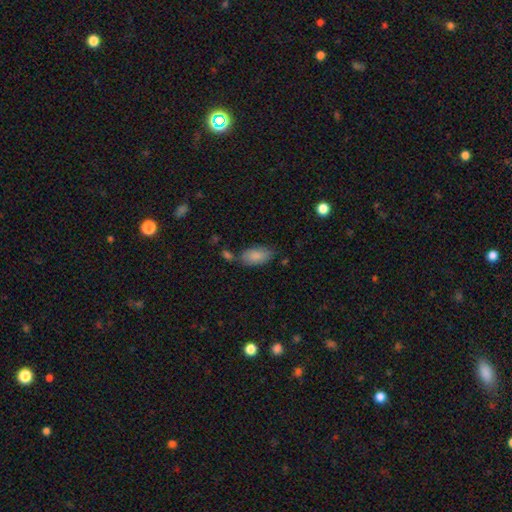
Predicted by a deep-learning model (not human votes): Smooth or featured? smooth (85%)
How rounded? in between (93%)
Merging? none (64%)